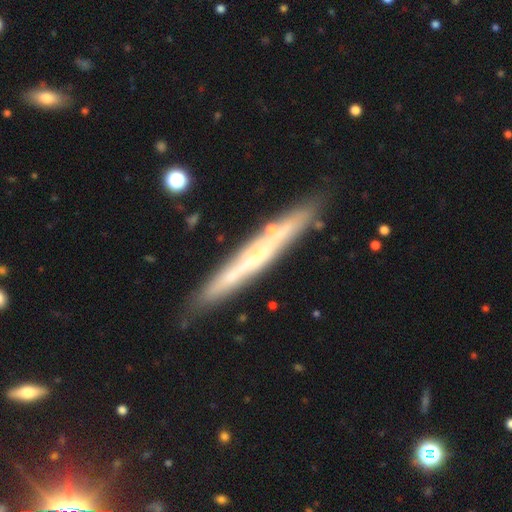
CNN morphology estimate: featured or disk 65%, smooth 29%, star or artifact 7%. Down the decision tree: edge-on disk — yes (90%); edge-on bulge — none (72%); merging — none (83%).